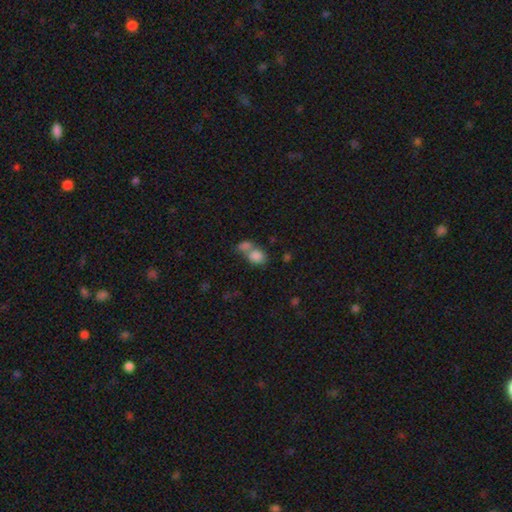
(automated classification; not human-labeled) smooth-or-featured: smooth: 83% | star or artifact: 9% | featured or disk: 8%
  how-rounded: in between: 64% | round: 34% | cigar-shaped: 2%
  merging: merger: 59% | none: 28% | minor disturbance: 8% | major disturbance: 4%